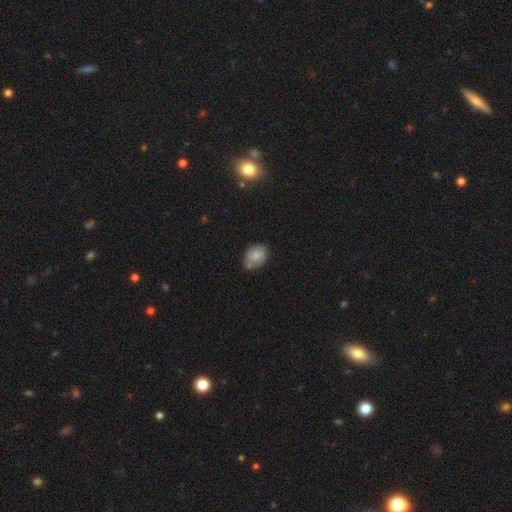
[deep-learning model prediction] This appears to be a smooth galaxy with no disk features (79%) that is in between round and cigar-shaped (63%). Merging: none (62%).